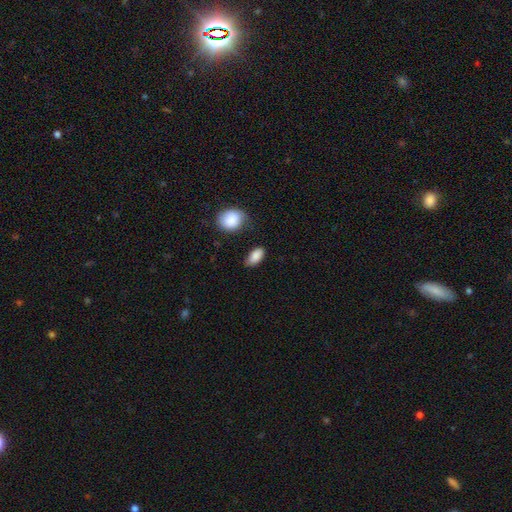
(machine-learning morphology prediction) Smooth or featured?
  - smooth: 87% *
  - star or artifact: 7%
  - featured or disk: 5%
How rounded?
  - in between: 91% *
  - round: 6%
  - cigar-shaped: 4%
Merging?
  - none: 65% *
  - minor disturbance: 26%
  - major disturbance: 5%
  - merger: 4%